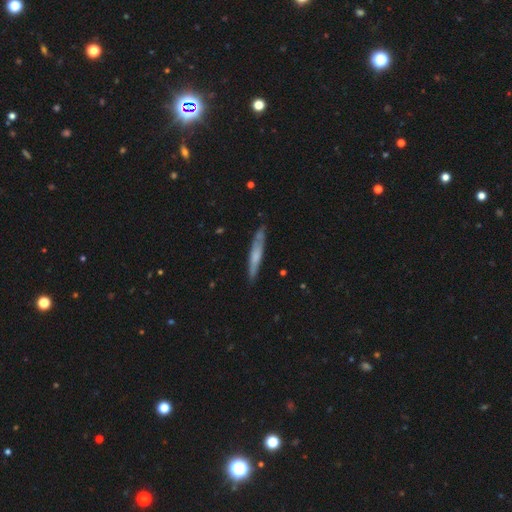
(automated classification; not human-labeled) The model was most divided on "smooth or featured": smooth: 50%, featured or disk: 44%, star or artifact: 6%. More confident: merging — none (80%).